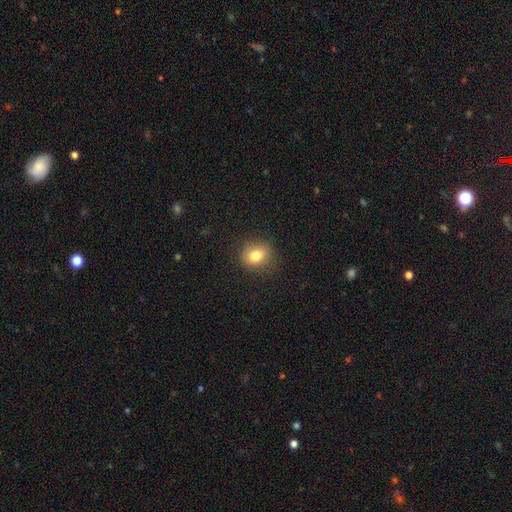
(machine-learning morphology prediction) Smooth or featured? Predicted: smooth (p=0.80). How rounded? Predicted: round (p=0.76). Merging? Predicted: none (p=0.85).